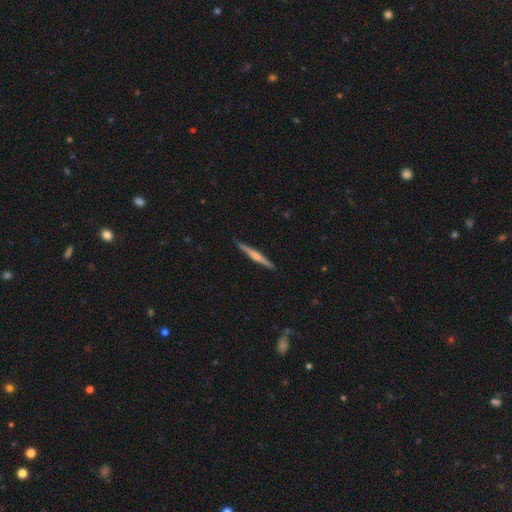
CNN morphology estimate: Smooth or featured?
  - featured or disk: 73% *
  - smooth: 22%
  - star or artifact: 5%
Edge-on disk?
  - yes: 98% *
  - no: 2%
Edge-on bulge?
  - rounded: 80% *
  - none: 14%
  - boxy: 6%
Merging?
  - none: 92% *
  - minor disturbance: 6%
  - major disturbance: 1%
  - merger: 1%